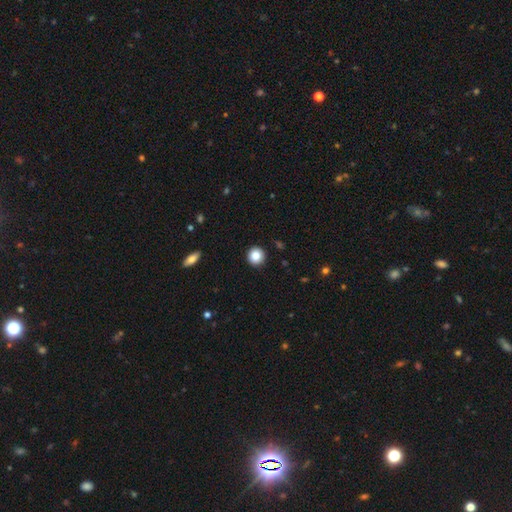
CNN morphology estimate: smooth-or-featured: smooth: 86% | star or artifact: 10% | featured or disk: 4%
  how-rounded: round: 94% | in between: 5% | cigar-shaped: 1%
  merging: none: 92% | minor disturbance: 5% | major disturbance: 2% | merger: 1%